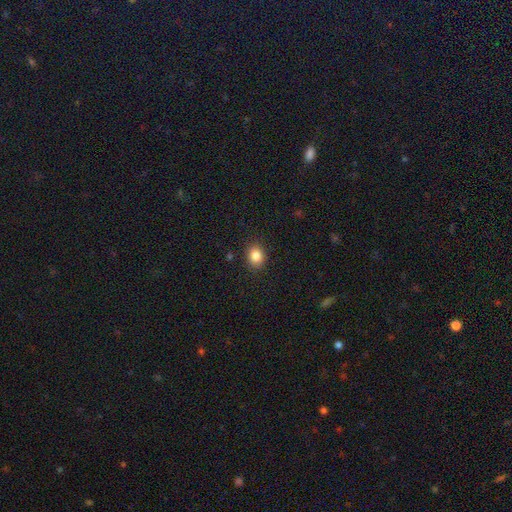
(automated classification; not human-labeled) Smooth or featured?
  - smooth: 84% *
  - star or artifact: 10%
  - featured or disk: 5%
How rounded?
  - round: 59% *
  - in between: 41%
  - cigar-shaped: 1%
Merging?
  - none: 89% *
  - minor disturbance: 7%
  - major disturbance: 2%
  - merger: 1%